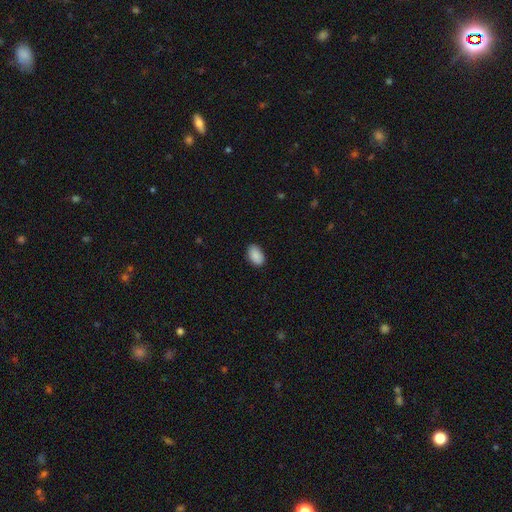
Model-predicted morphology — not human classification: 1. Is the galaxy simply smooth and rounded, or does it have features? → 90% smooth, 7% star or artifact, 3% featured or disk.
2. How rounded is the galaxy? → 92% in between, 7% round, 1% cigar-shaped.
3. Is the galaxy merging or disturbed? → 87% none, 10% minor disturbance, 2% major disturbance, 1% merger.